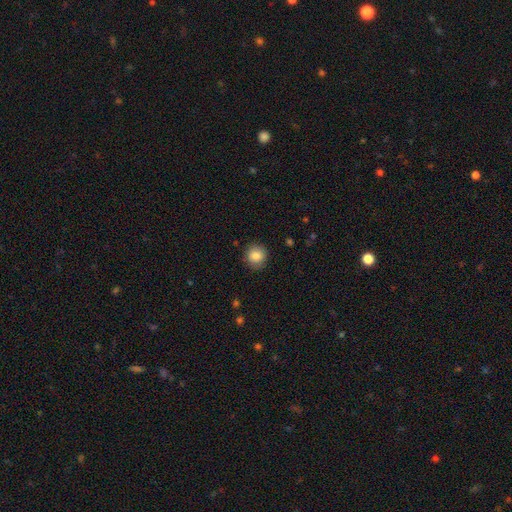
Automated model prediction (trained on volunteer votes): smooth-or-featured: smooth: 85% | star or artifact: 9% | featured or disk: 6%
  how-rounded: round: 89% | in between: 10% | cigar-shaped: 1%
  merging: none: 86% | minor disturbance: 10% | major disturbance: 3% | merger: 1%